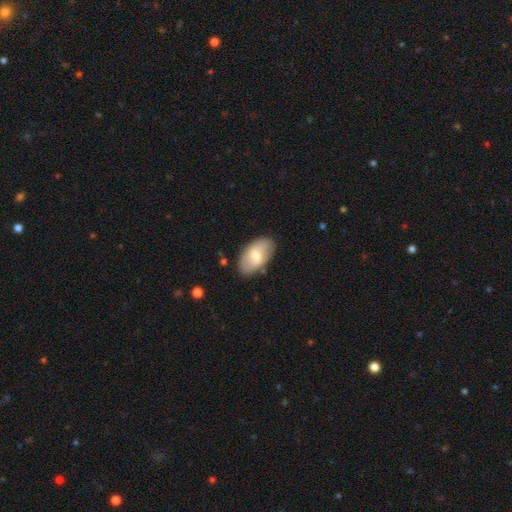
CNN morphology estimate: This appears to be a smooth galaxy with no disk features (62%) that is in between round and cigar-shaped (94%). Merging: none (81%).